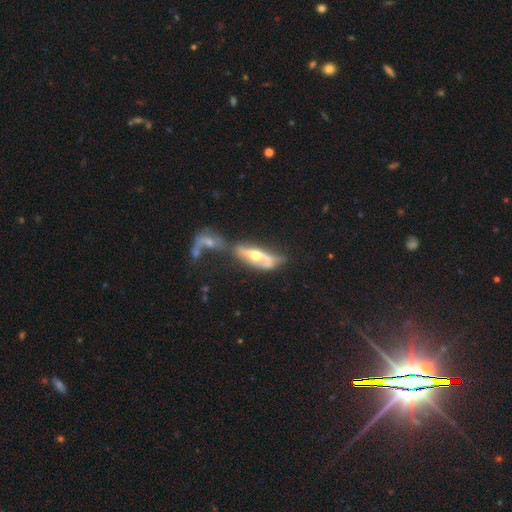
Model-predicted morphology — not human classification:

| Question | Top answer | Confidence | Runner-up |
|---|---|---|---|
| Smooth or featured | featured or disk | 69% | smooth (25%) |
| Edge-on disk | yes | 52% | no (48%) |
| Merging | merger | 43% | none (26%) |